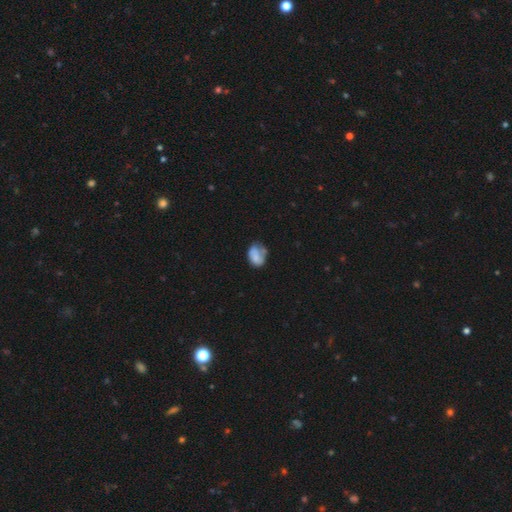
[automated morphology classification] Q: Smooth or featured?
A: smooth (64%); runner-up: featured or disk (27%)
Q: How rounded?
A: in between (75%); runner-up: round (24%)
Q: Merging?
A: none (39%); runner-up: minor disturbance (32%)